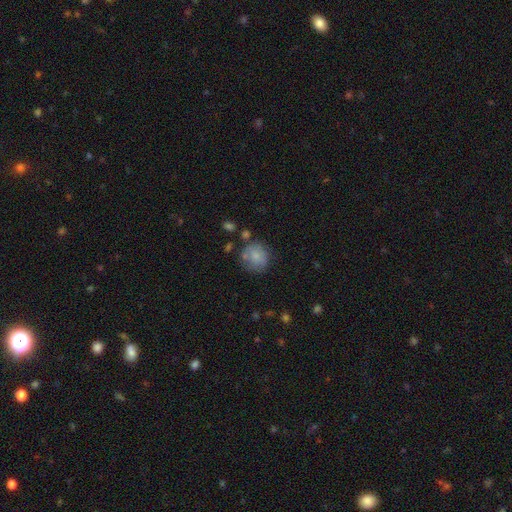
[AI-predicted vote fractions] Smooth or featured? Predicted: smooth (p=0.76). How rounded? Predicted: round (p=0.82). Merging? Predicted: none (p=0.61).